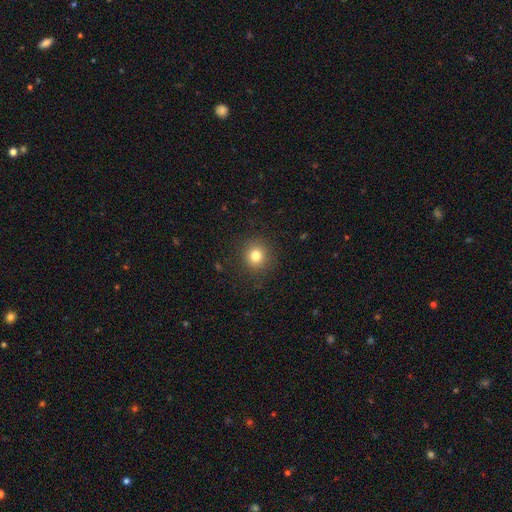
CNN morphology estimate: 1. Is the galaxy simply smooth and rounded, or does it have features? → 80% smooth, 13% star or artifact, 7% featured or disk.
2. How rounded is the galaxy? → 91% round, 8% in between, 1% cigar-shaped.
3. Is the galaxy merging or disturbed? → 89% none, 7% minor disturbance, 3% major disturbance, 1% merger.